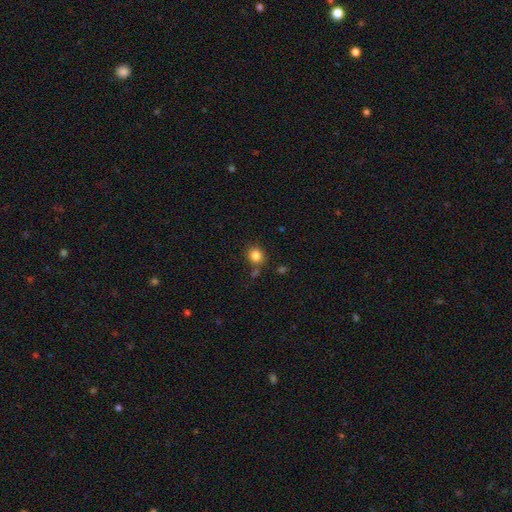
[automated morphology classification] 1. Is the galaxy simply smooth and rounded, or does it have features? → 84% smooth, 11% star or artifact, 5% featured or disk.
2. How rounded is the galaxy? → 81% round, 18% in between, 1% cigar-shaped.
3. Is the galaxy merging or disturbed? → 77% none, 11% minor disturbance, 8% merger, 4% major disturbance.